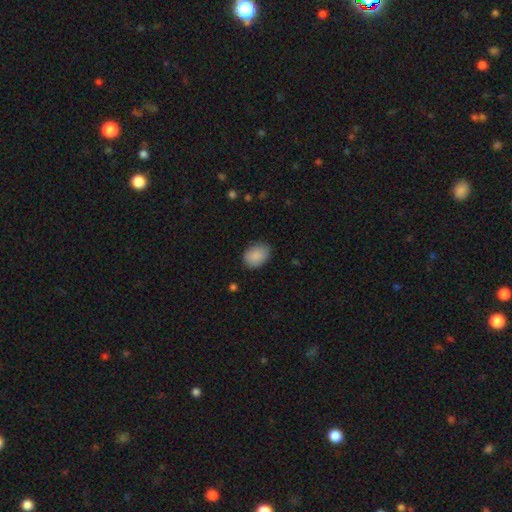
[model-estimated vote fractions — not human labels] Morphology: type=smooth (88%); roundness=in between (72%); merging=none (76%).